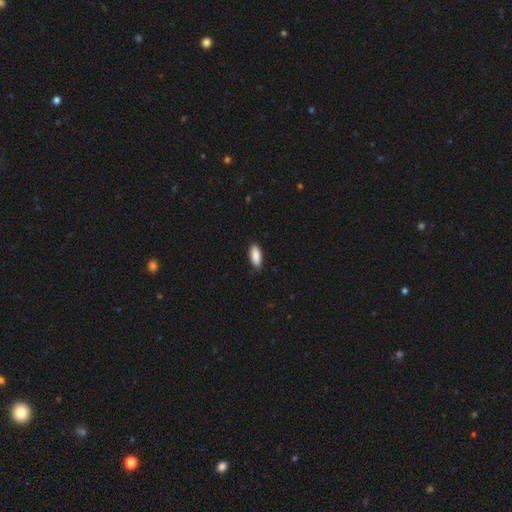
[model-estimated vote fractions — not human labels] Smooth or featured? smooth (90%)
How rounded? in between (81%)
Merging? none (89%)